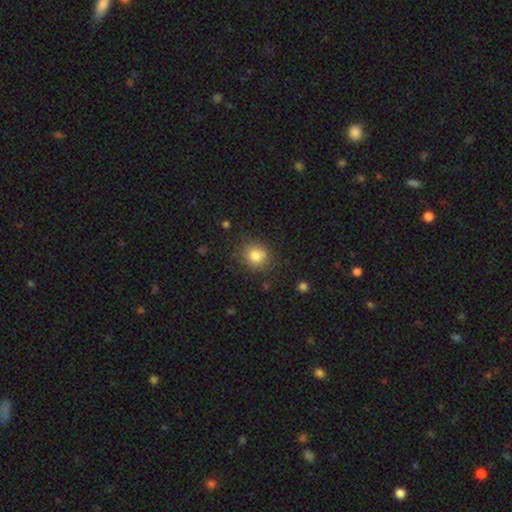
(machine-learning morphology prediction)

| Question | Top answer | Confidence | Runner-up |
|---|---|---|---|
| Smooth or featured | smooth | 81% | star or artifact (11%) |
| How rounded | round | 79% | in between (20%) |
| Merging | none | 77% | minor disturbance (14%) |